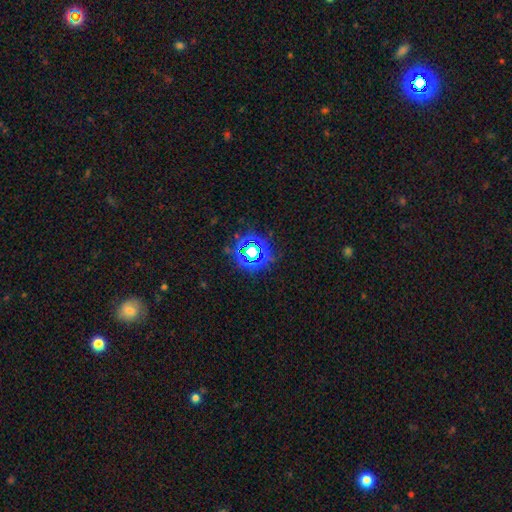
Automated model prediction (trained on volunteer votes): This appears to be a star or artifact, not a galaxy (75%).